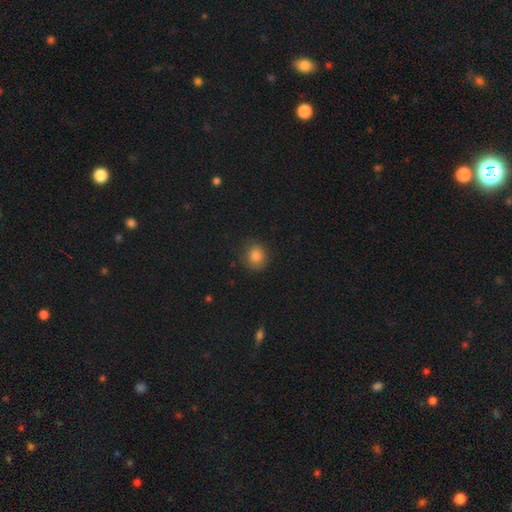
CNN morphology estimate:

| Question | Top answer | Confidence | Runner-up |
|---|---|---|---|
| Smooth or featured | smooth | 84% | star or artifact (11%) |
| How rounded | round | 77% | in between (22%) |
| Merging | none | 82% | minor disturbance (13%) |